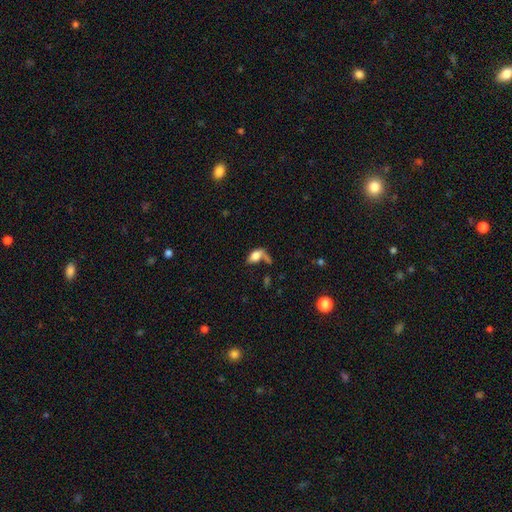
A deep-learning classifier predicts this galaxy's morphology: Smooth or featured?
  - smooth: 71% *
  - featured or disk: 19%
  - star or artifact: 10%
How rounded?
  - in between: 86% *
  - cigar-shaped: 7%
  - round: 7%
Merging?
  - none: 35% *
  - merger: 26%
  - major disturbance: 20%
  - minor disturbance: 19%